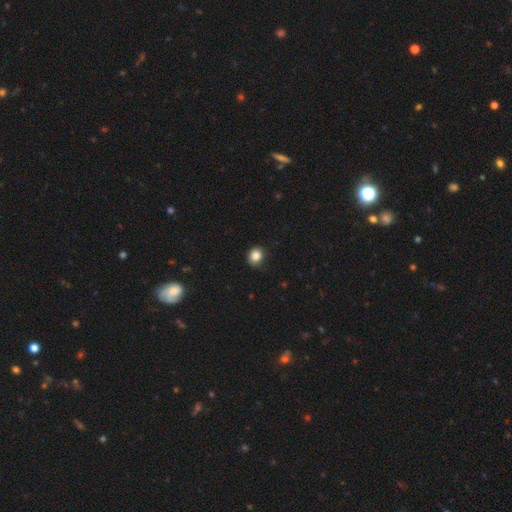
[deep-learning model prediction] smooth 86%, star or artifact 10%, featured or disk 4%. Down the decision tree: how rounded — round (73%); merging — none (83%).